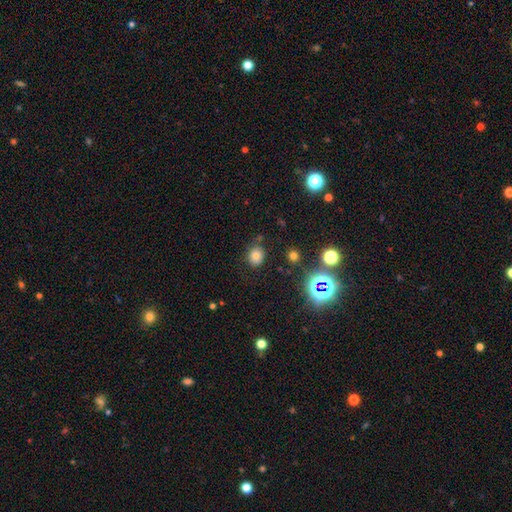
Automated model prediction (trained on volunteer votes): A smooth galaxy with no disk features (74%) that is round (62%). Merging: none (78%).